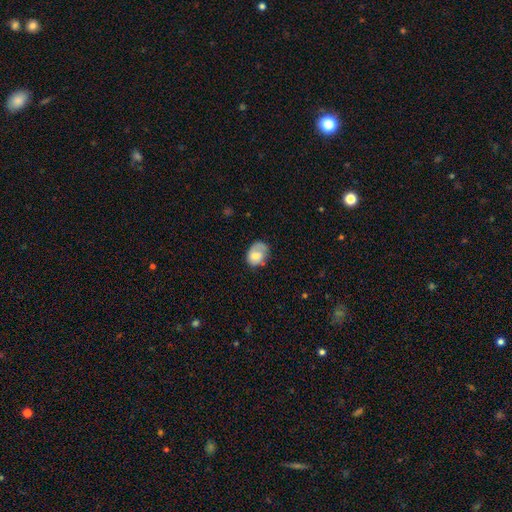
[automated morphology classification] This appears to be a smooth galaxy with no disk features (63%) that is in between round and cigar-shaped (67%). Merging: none (44%).